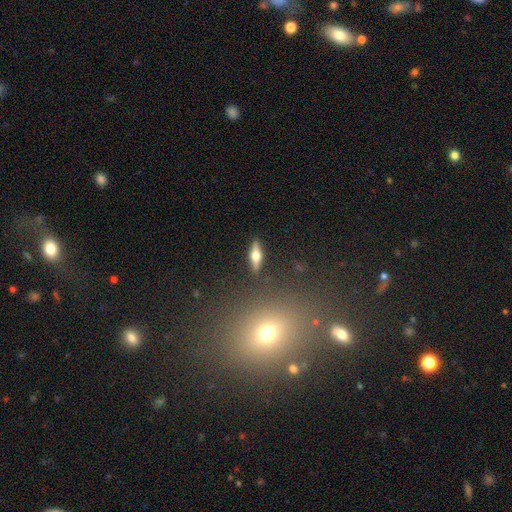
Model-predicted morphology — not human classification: This is possibly a featured or disk galaxy (59%). It is clearly viewed edge-on (94%). Edge-on bulge: clearly rounded (94%). Merging: clearly none (88%).